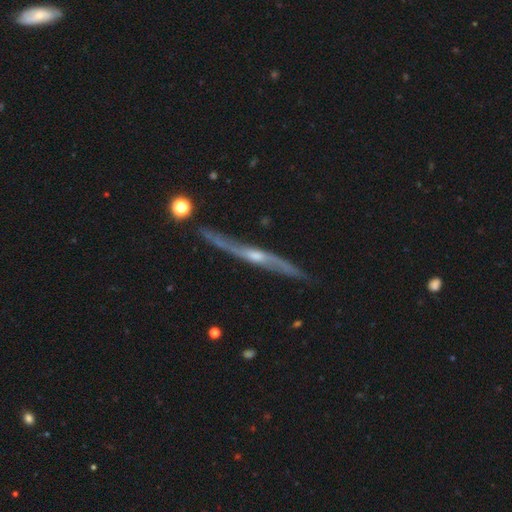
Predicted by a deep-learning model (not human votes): Morphology: type=featured or disk (84%); edge-on=yes (90%); edge-on bulge=rounded (76%); merging=none (78%).